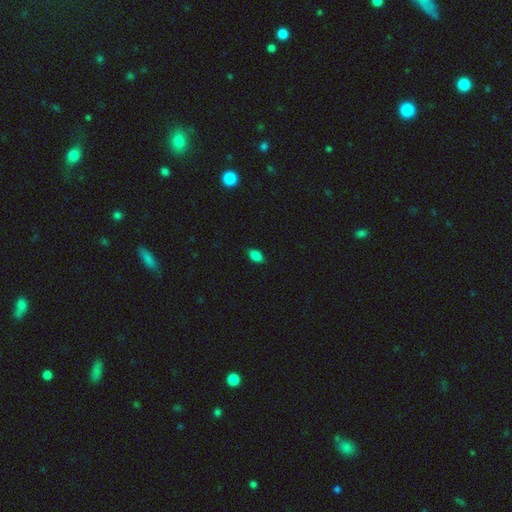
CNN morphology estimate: smooth_or_featured: smooth (p=0.85) [alt: star or artifact p=0.10]
how_rounded: in between (p=0.90) [alt: round p=0.07]
merging: none (p=0.86) [alt: minor disturbance p=0.11]